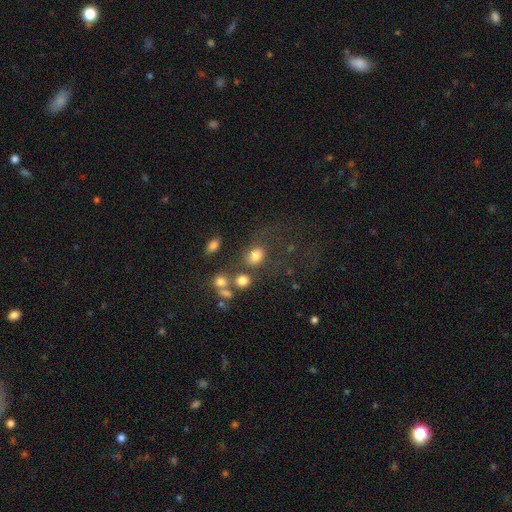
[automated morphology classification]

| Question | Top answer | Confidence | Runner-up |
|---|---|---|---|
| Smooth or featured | smooth | 77% | star or artifact (13%) |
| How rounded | in between | 61% | round (37%) |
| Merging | none | 58% | minor disturbance (17%) |